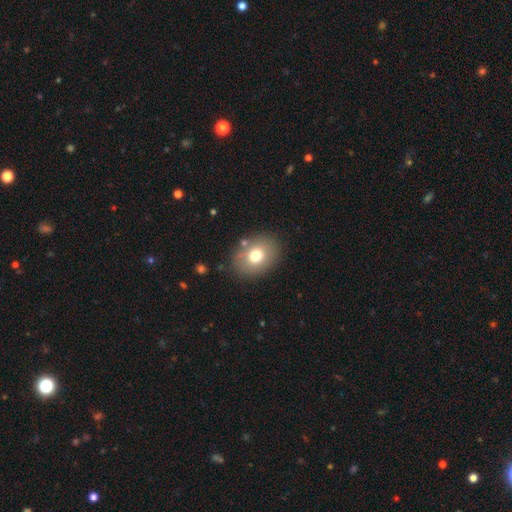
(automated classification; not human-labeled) This appears to be a smooth galaxy with no disk features (73%) that is in between round and cigar-shaped (66%). Merging: none (82%).